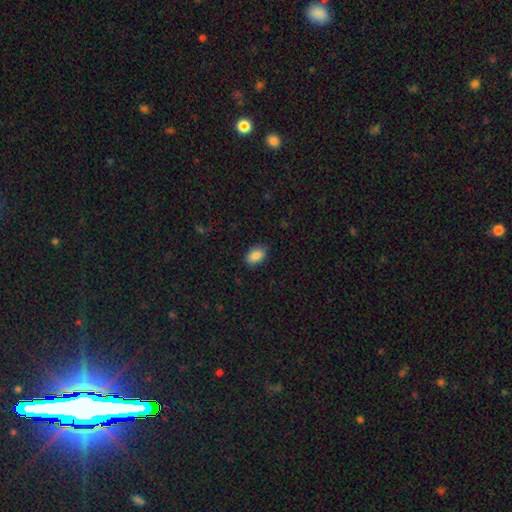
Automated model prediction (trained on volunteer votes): smooth 88%, star or artifact 8%, featured or disk 4%. Down the decision tree: how rounded — in between (88%); merging — none (87%).